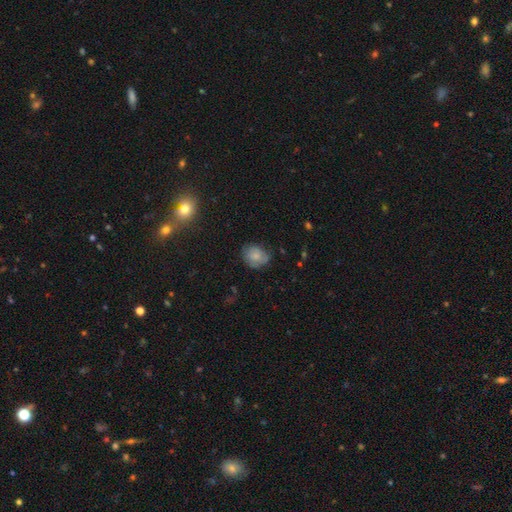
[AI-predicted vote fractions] smooth_or_featured: smooth (p=0.74) [alt: featured or disk p=0.17]
how_rounded: round (p=0.56) [alt: in between p=0.43]
merging: none (p=0.61) [alt: minor disturbance p=0.29]